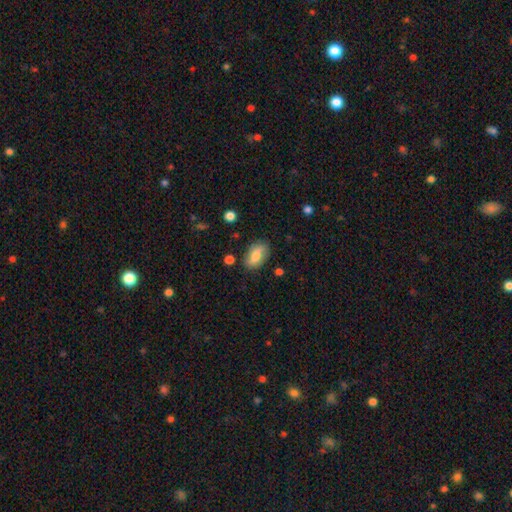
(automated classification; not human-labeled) A smooth galaxy with no disk features (74%) that is in between round and cigar-shaped (89%). Merging: none (81%).